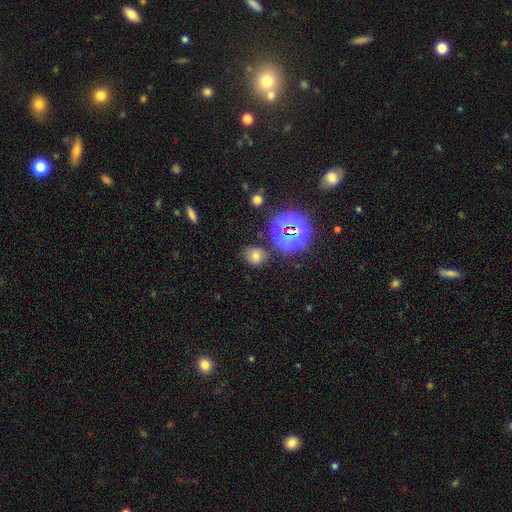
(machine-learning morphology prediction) This appears to be a smooth galaxy with no disk features (64%) that is round (63%). Merging: none (76%).